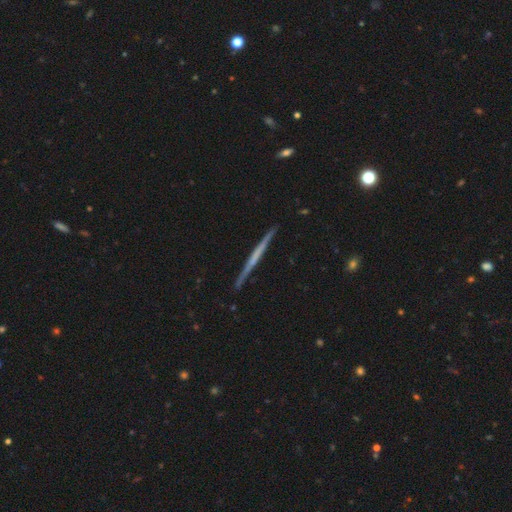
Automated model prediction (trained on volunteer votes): This is likely a featured or disk galaxy (63%). It is clearly viewed edge-on (98%). Edge-on bulge: clearly none (82%). Merging: clearly none (90%).